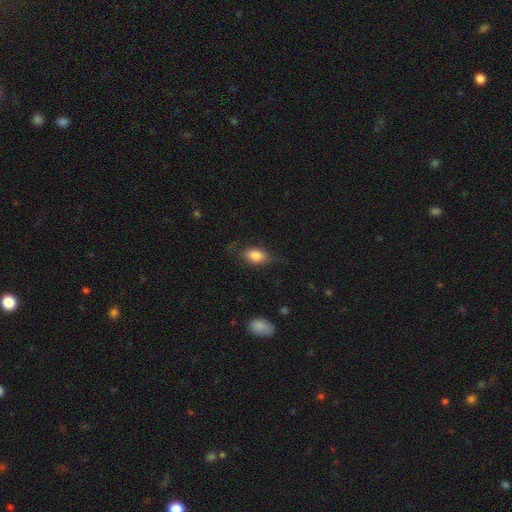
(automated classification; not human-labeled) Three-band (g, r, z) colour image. It shows a smooth galaxy with no disk features (78%) that is in between round and cigar-shaped (86%). Merging: none (68%).